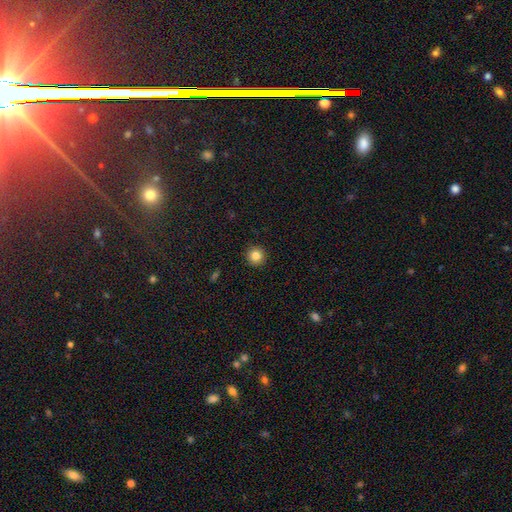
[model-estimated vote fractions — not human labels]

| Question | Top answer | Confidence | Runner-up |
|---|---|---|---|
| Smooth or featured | smooth | 84% | star or artifact (10%) |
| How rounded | round | 95% | in between (4%) |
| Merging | none | 92% | minor disturbance (5%) |